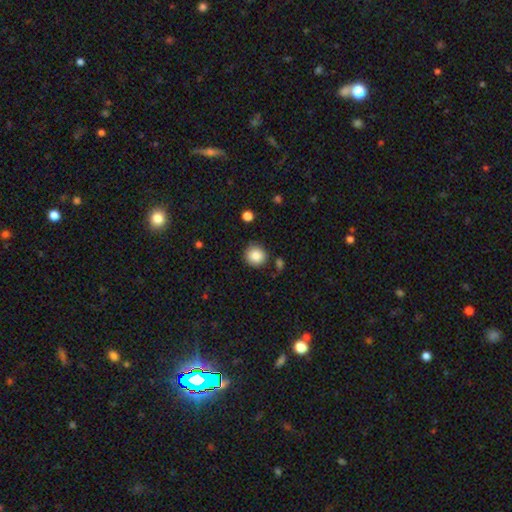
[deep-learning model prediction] Smooth or featured? Predicted: smooth (p=0.86). How rounded? Predicted: round (p=0.92). Merging? Predicted: none (p=0.85).